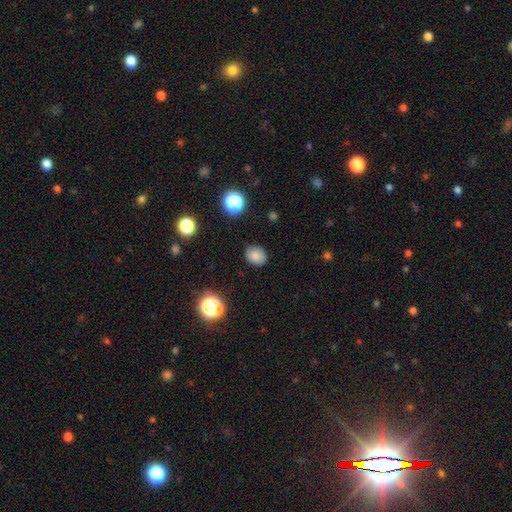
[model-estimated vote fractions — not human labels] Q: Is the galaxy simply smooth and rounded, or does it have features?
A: smooth — 81%.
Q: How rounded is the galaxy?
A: round — 60%.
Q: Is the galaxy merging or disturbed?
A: none — 82%.